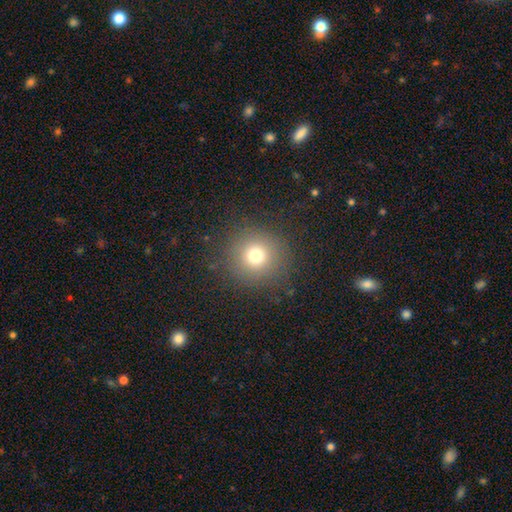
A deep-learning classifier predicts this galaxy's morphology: This is likely a smooth galaxy (73%). How rounded: clearly round (94%). Merging: clearly none (87%).